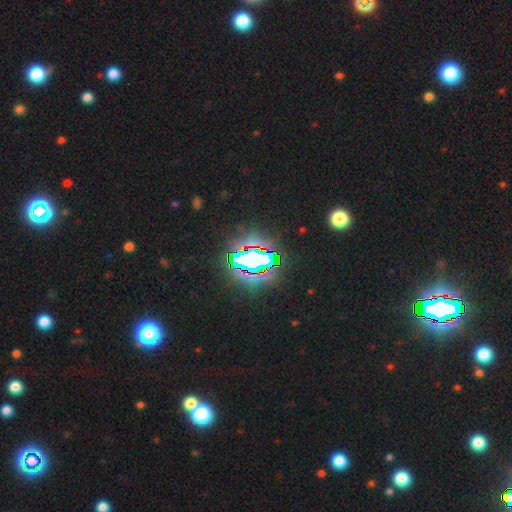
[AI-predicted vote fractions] A star or artifact, not a galaxy (73%).

Vote fractions:
- Smooth or featured? star or artifact: 73% / smooth: 15% / featured or disk: 12%